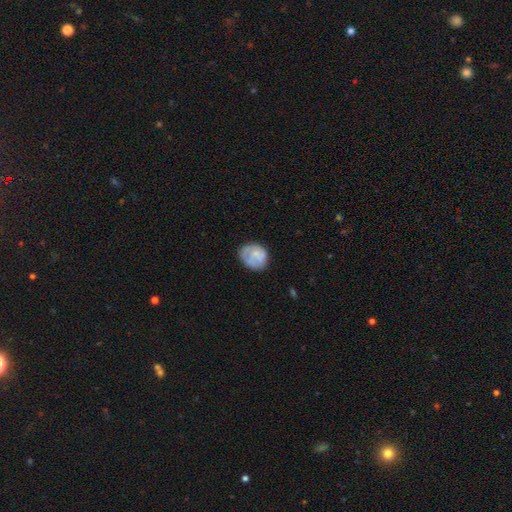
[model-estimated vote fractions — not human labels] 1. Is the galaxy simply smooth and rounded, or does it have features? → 64% smooth, 28% featured or disk, 8% star or artifact.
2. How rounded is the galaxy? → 62% round, 37% in between, 1% cigar-shaped.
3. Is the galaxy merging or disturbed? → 63% none, 25% minor disturbance, 10% major disturbance, 2% merger.